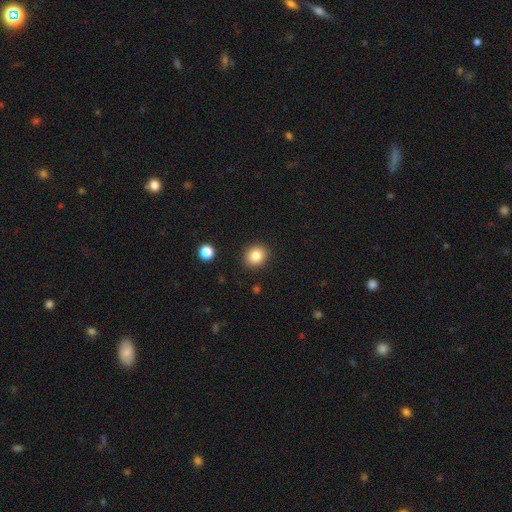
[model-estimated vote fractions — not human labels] Smooth or featured? Predicted: smooth (p=0.83). How rounded? Predicted: round (p=0.72). Merging? Predicted: none (p=0.90).